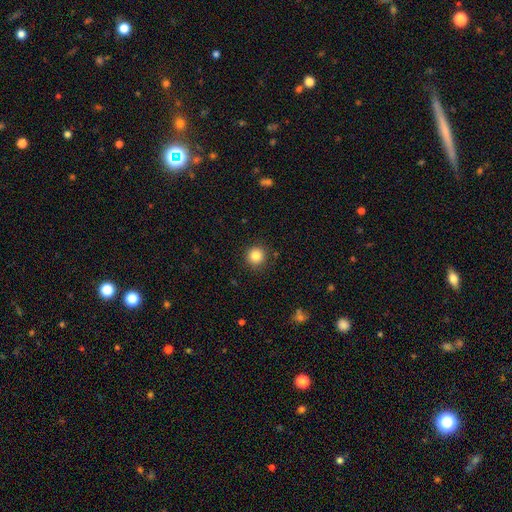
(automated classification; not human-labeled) Smooth or featured? Predicted: smooth (p=0.85). How rounded? Predicted: round (p=0.94). Merging? Predicted: none (p=0.90).